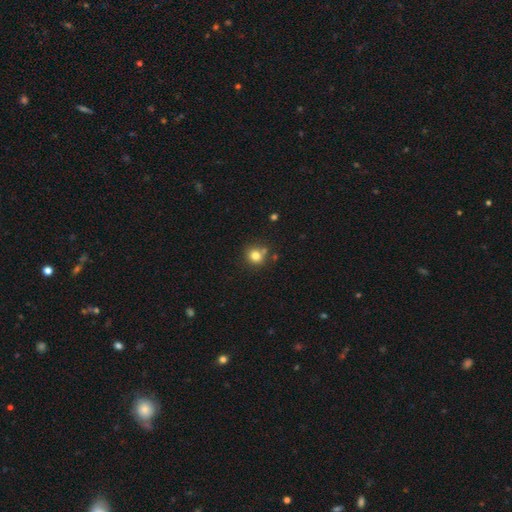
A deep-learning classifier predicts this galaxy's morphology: Overall: smooth (80%). How rounded: round (87%). Merging: none (72%).